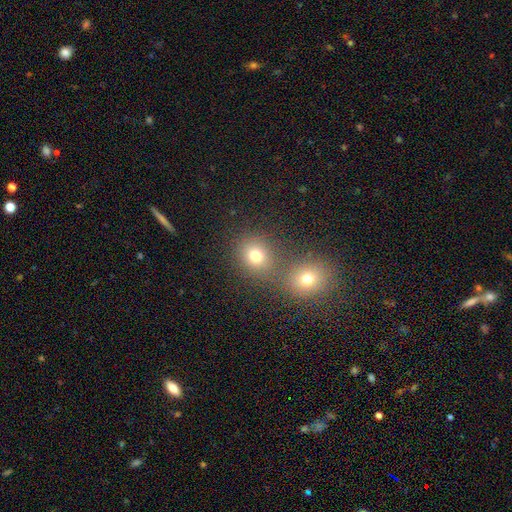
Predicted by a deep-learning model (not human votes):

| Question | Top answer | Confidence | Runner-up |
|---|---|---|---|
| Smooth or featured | smooth | 74% | star or artifact (18%) |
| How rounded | round | 77% | in between (22%) |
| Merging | none | 59% | merger (30%) |